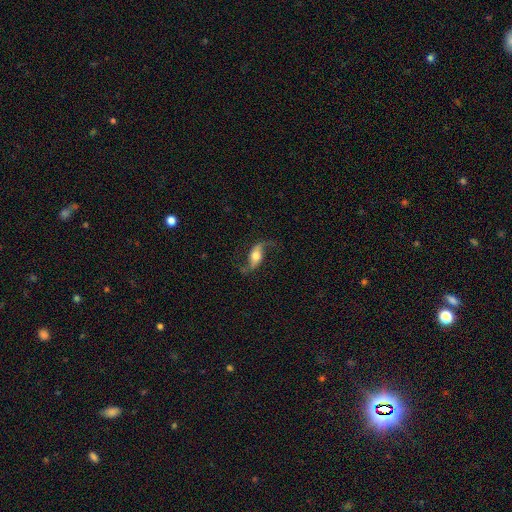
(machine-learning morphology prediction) Q: Smooth or featured?
A: featured or disk (81%); runner-up: smooth (12%)
Q: Edge-on disk?
A: no (89%); runner-up: yes (11%)
Q: Bar?
A: no (46%); runner-up: weak (30%)
Q: Spiral arms?
A: yes (95%); runner-up: no (5%)
Q: Spiral winding?
A: loose (86%); runner-up: medium (11%)
Q: Spiral arm count?
A: 2 (93%); runner-up: 1 (2%)
Q: Bulge size?
A: moderate (54%); runner-up: large (24%)
Q: Merging?
A: none (75%); runner-up: minor disturbance (14%)